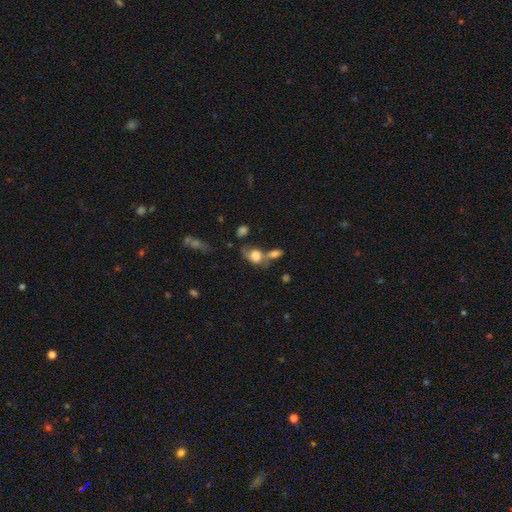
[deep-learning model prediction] A smooth galaxy with no disk features (67%) that is in between round and cigar-shaped (68%). Merging: merger (42%).